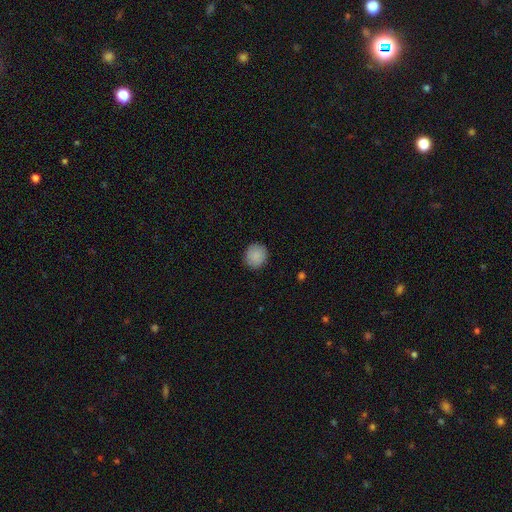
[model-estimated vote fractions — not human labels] Overall: smooth (88%). How rounded: round (89%). Merging: none (90%).